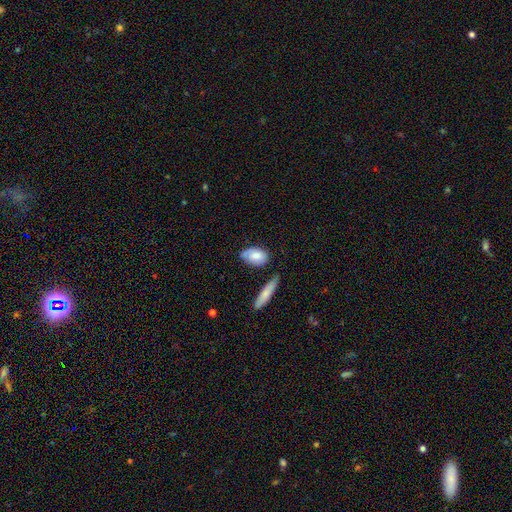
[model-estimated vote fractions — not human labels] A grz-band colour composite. It shows a smooth galaxy with no disk features (72%) that is in between round and cigar-shaped (88%). Merging: none (61%).